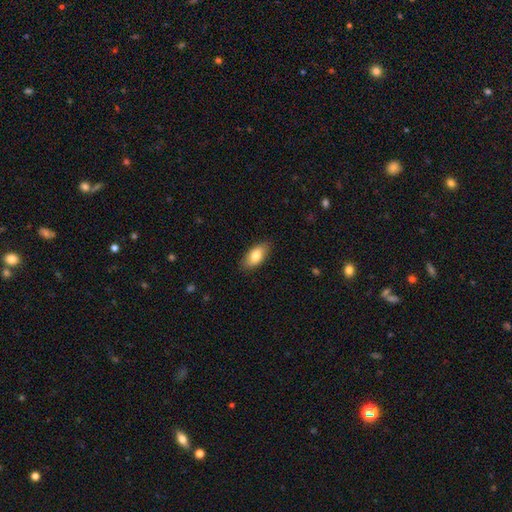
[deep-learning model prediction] Overall: smooth (79%). How rounded: in between (90%). Merging: none (85%).